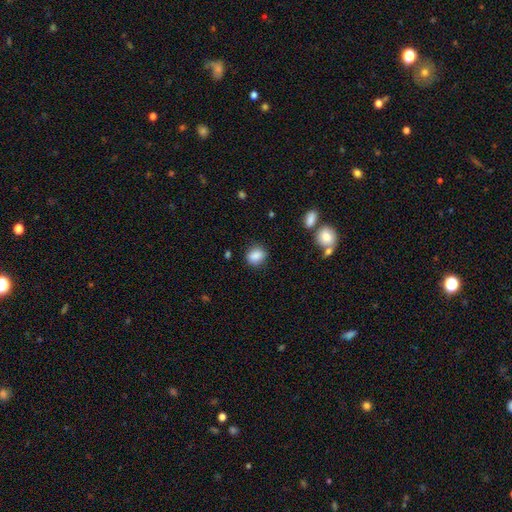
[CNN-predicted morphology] Smooth or featured? smooth (87%)
How rounded? round (58%)
Merging? none (84%)